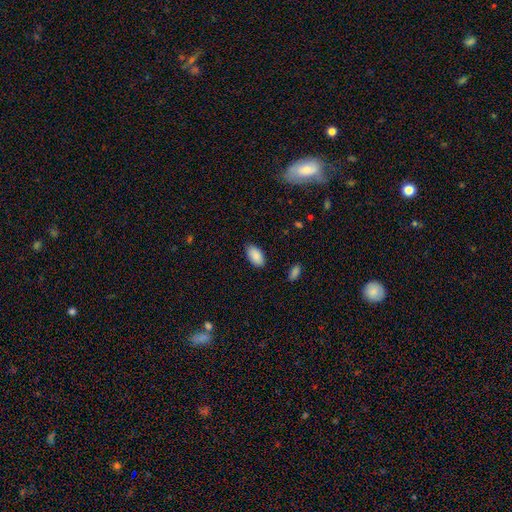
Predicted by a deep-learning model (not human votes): Smooth or featured: smooth — 89% (star or artifact — 7%)
How rounded: in between — 95% (round — 3%)
Merging: none — 86% (minor disturbance — 11%)